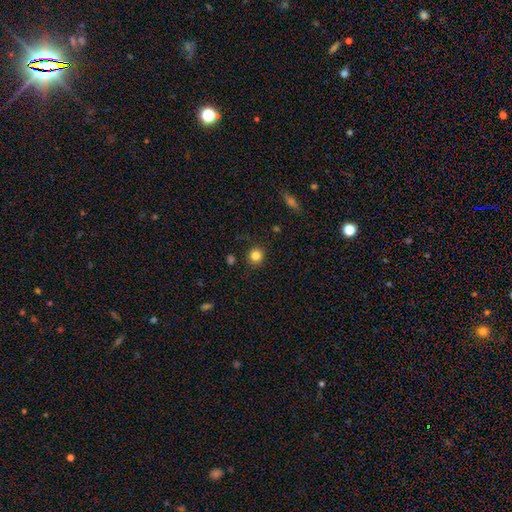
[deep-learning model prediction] Smooth or featured? Predicted: smooth (p=0.83). How rounded? Predicted: round (p=0.91). Merging? Predicted: none (p=0.89).